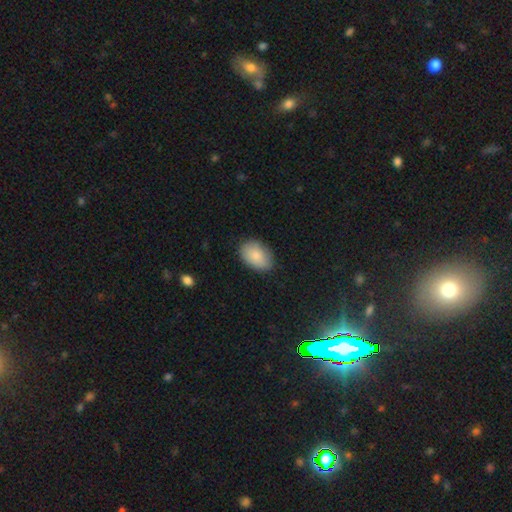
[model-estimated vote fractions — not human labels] Morphology: type=smooth (86%); roundness=in between (88%); merging=none (79%).